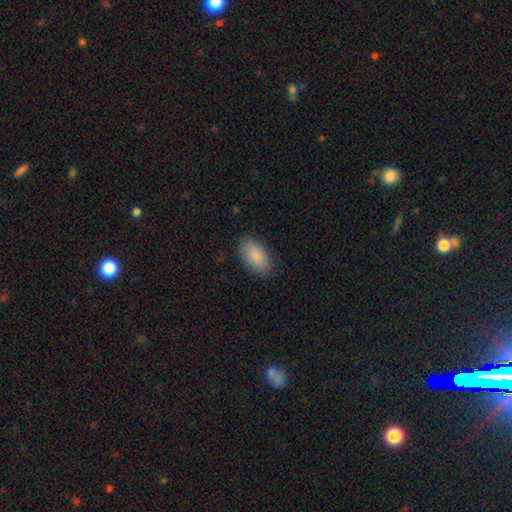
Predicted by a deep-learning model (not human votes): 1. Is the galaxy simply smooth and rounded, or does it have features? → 89% smooth, 6% star or artifact, 5% featured or disk.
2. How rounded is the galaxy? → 95% in between, 3% round, 2% cigar-shaped.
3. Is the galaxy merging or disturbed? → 87% none, 10% minor disturbance, 2% major disturbance, 1% merger.